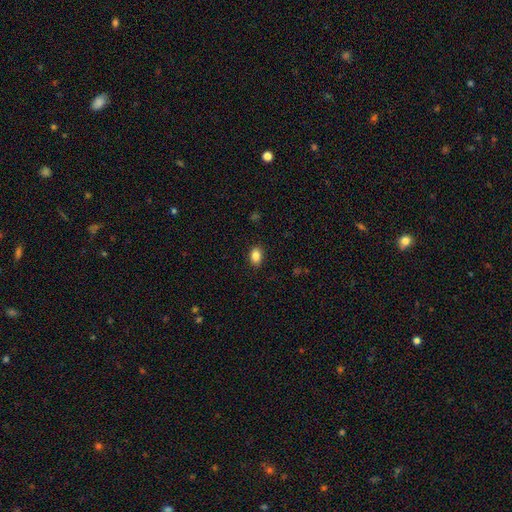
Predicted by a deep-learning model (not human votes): Smooth or featured: smooth — 86% (star or artifact — 9%)
How rounded: in between — 79% (round — 20%)
Merging: none — 88% (minor disturbance — 9%)